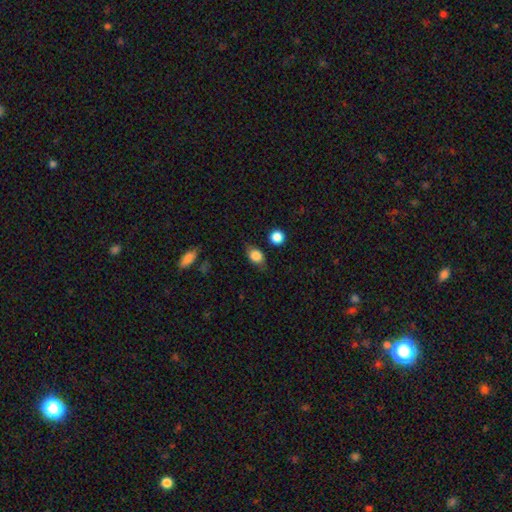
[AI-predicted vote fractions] This is likely a smooth galaxy (79%). How rounded: likely in between (67%). Merging: likely none (73%).